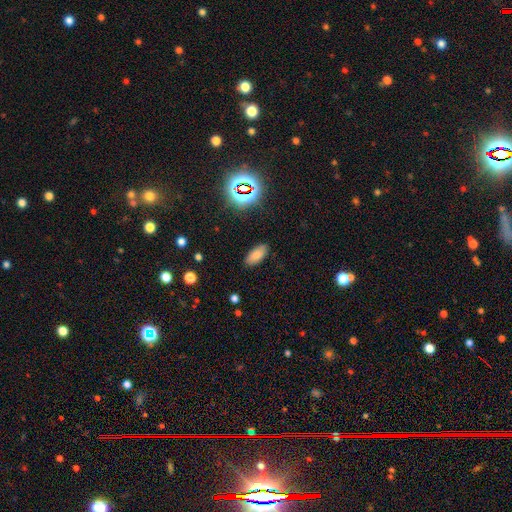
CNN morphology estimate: Smooth or featured? smooth (79%)
How rounded? in between (89%)
Merging? none (86%)